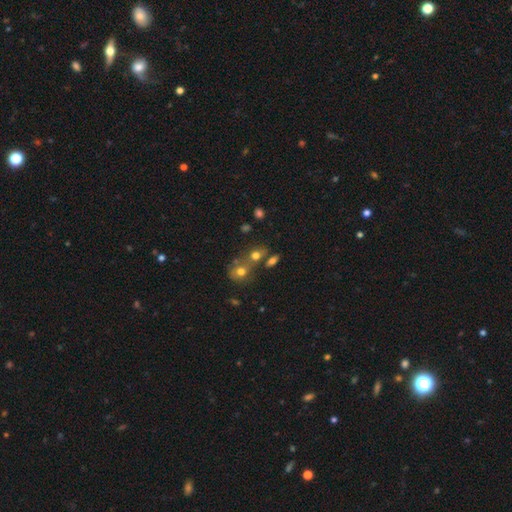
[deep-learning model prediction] The model was most divided on "how rounded": in between: 49%, round: 48%, cigar-shaped: 4%. Remaining: smooth or featured — smooth (68%); merging — merger (43%).